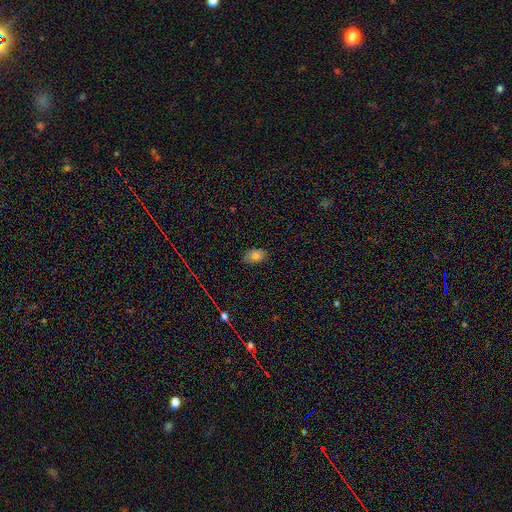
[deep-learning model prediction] Smooth or featured?
  - smooth: 78% *
  - star or artifact: 11%
  - featured or disk: 11%
How rounded?
  - in between: 86% *
  - round: 12%
  - cigar-shaped: 1%
Merging?
  - none: 80% *
  - minor disturbance: 17%
  - major disturbance: 3%
  - merger: 1%